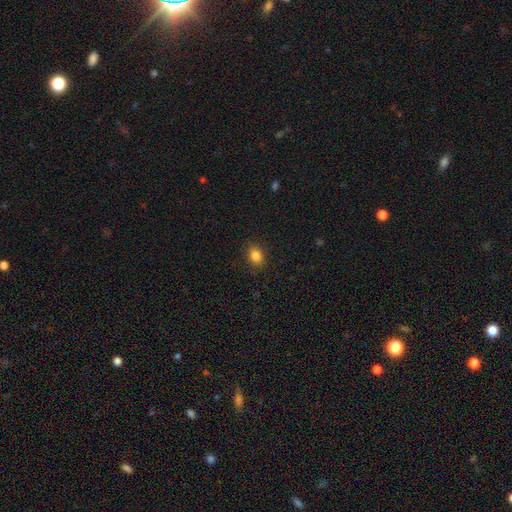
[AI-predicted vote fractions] Overall: smooth (84%). How rounded: in between (57%; round 42%). Merging: none (88%).